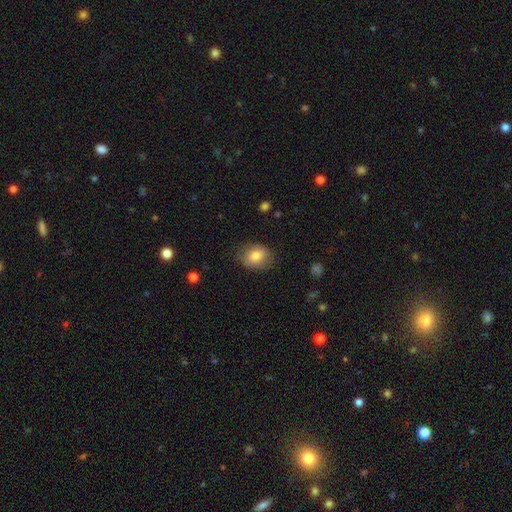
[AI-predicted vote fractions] A smooth galaxy with no disk features (79%) that is in between round and cigar-shaped (52%).

Vote fractions:
- Smooth or featured? smooth: 79% / featured or disk: 13% / star or artifact: 8%
- How rounded? in between: 52% / round: 47% / cigar-shaped: 1%
- Merging? none: 79% / minor disturbance: 16% / major disturbance: 4% / merger: 1%